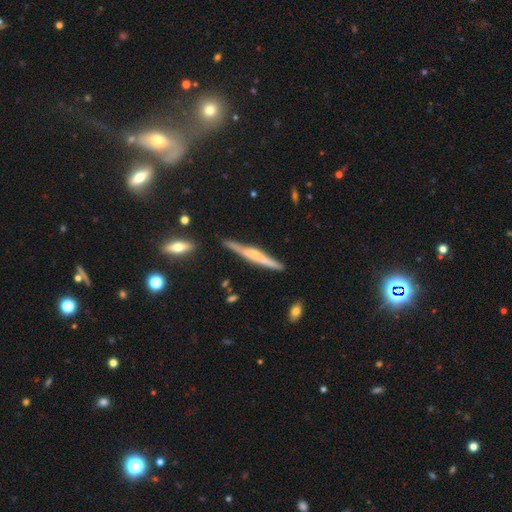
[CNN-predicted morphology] type=featured or disk (66%); edge-on=yes (96%); edge-on bulge=rounded (65%); merging=none (80%).